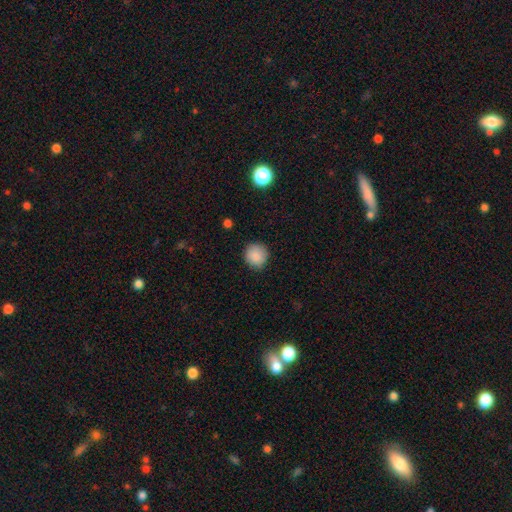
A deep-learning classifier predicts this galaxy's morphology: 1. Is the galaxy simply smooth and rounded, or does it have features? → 88% smooth, 8% star or artifact, 4% featured or disk.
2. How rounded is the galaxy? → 92% round, 7% in between, 1% cigar-shaped.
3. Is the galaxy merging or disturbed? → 87% none, 10% minor disturbance, 2% major disturbance, 1% merger.